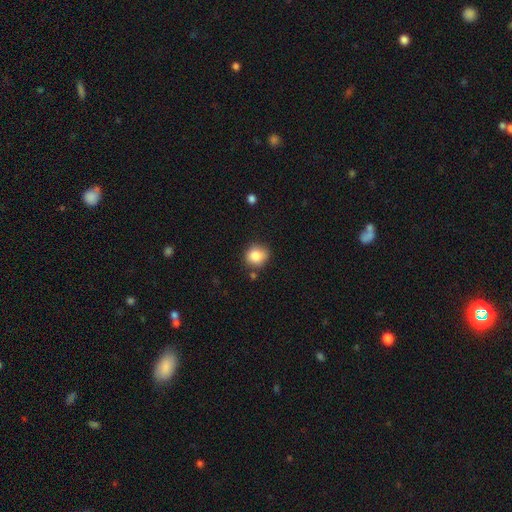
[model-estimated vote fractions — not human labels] smooth_or_featured: smooth (p=0.84) [alt: star or artifact p=0.10]
how_rounded: round (p=0.79) [alt: in between p=0.20]
merging: none (p=0.75) [alt: minor disturbance p=0.16]